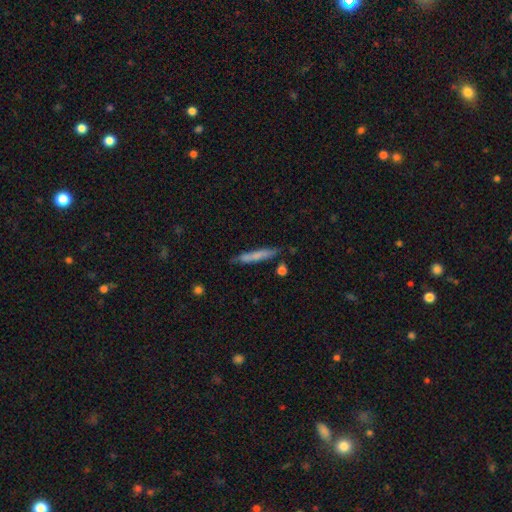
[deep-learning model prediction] Smooth or featured?
  - smooth: 66% *
  - featured or disk: 27%
  - star or artifact: 7%
How rounded?
  - cigar-shaped: 93% *
  - in between: 6%
  - round: 2%
Merging?
  - none: 74% *
  - minor disturbance: 17%
  - merger: 6%
  - major disturbance: 3%